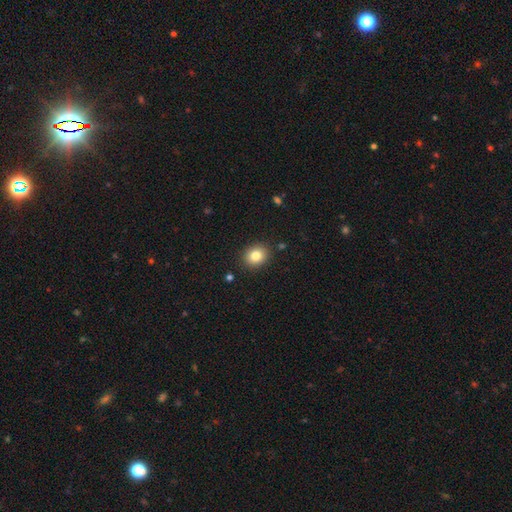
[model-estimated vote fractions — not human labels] This appears to be a smooth galaxy with no disk features (82%) that is round (63%). Merging: none (89%).